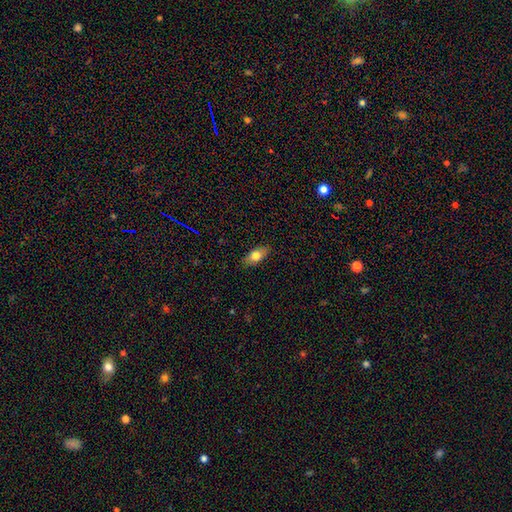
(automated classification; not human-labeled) A smooth galaxy with no disk features (76%) that is in between round and cigar-shaped (88%).

Vote fractions:
- Smooth or featured? smooth: 76% / featured or disk: 17% / star or artifact: 7%
- How rounded? in between: 88% / cigar-shaped: 8% / round: 4%
- Merging? none: 87% / minor disturbance: 10% / major disturbance: 2% / merger: 1%